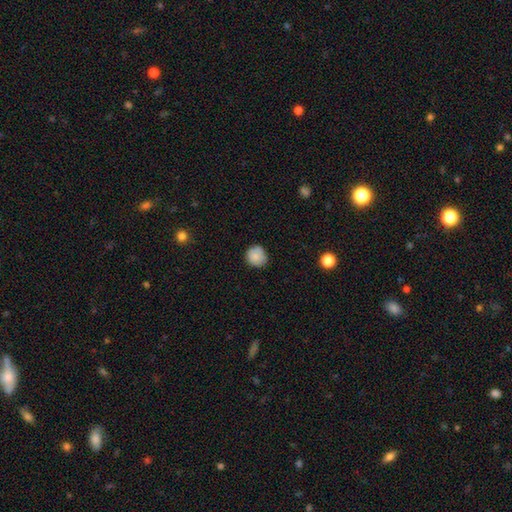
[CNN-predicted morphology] Smooth or featured?
  - smooth: 82% *
  - featured or disk: 10%
  - star or artifact: 9%
How rounded?
  - round: 85% *
  - in between: 14%
  - cigar-shaped: 1%
Merging?
  - none: 72% *
  - minor disturbance: 22%
  - major disturbance: 4%
  - merger: 2%